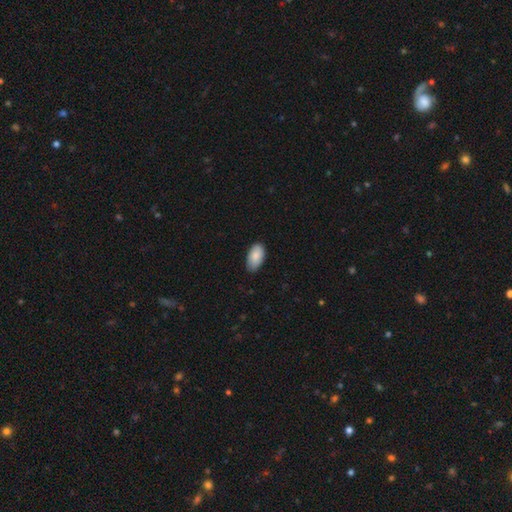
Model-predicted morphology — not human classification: A smooth galaxy with no disk features (85%) that is in between round and cigar-shaped (96%).

Vote fractions:
- Smooth or featured? smooth: 85% / featured or disk: 9% / star or artifact: 6%
- How rounded? in between: 96% / round: 3% / cigar-shaped: 2%
- Merging? none: 81% / minor disturbance: 16% / major disturbance: 2% / merger: 1%